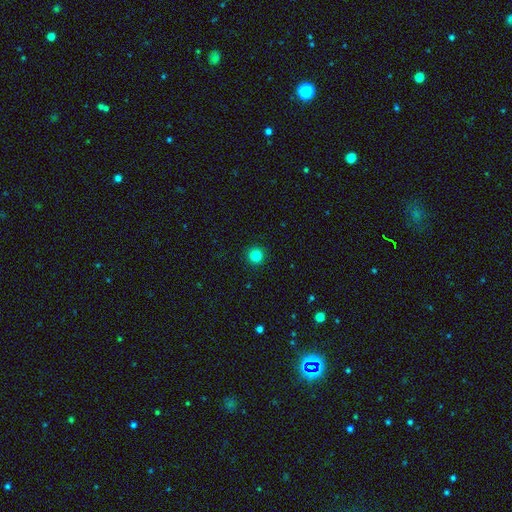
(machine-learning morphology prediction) This appears to be a smooth galaxy with no disk features (84%) that is round (96%). Merging: none (93%).